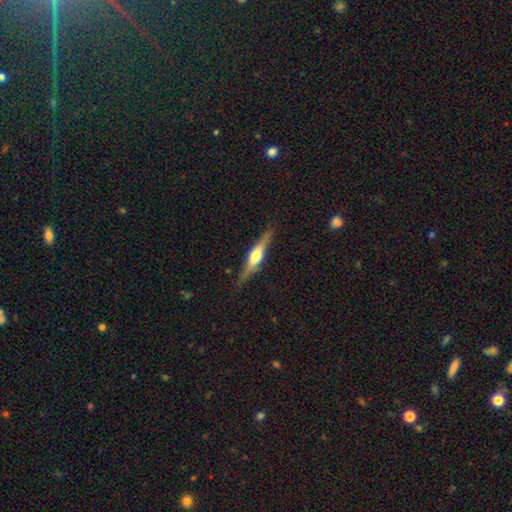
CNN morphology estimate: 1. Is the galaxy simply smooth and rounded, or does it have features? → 71% featured or disk, 23% smooth, 6% star or artifact.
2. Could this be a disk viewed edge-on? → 97% yes, 3% no.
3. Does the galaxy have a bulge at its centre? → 90% rounded, 7% boxy, 3% none.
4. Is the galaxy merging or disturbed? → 86% none, 10% minor disturbance, 2% major disturbance, 1% merger.